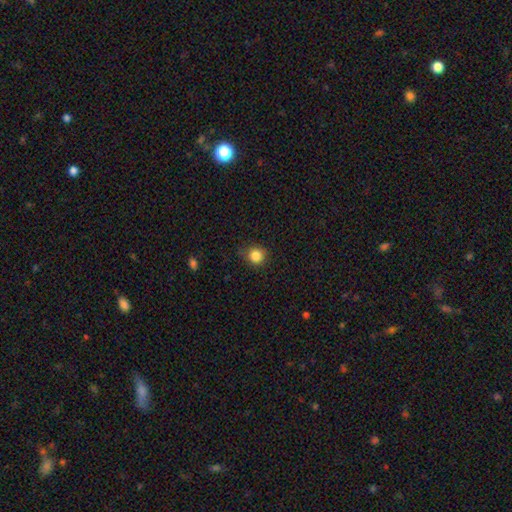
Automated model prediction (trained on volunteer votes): Morphology: type=smooth (84%); roundness=round (89%); merging=none (81%).